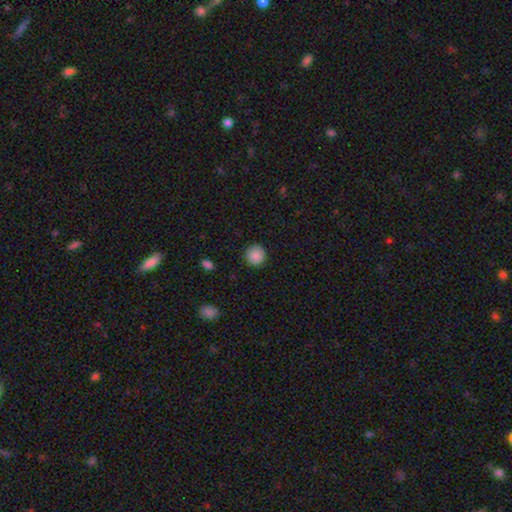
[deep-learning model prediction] Morphology: type=smooth (88%); roundness=round (95%); merging=none (91%).